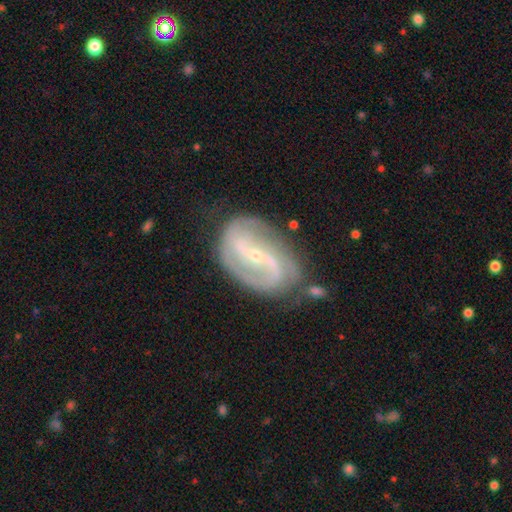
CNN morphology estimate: smooth-or-featured: featured or disk: 88% | smooth: 7% | star or artifact: 5%
  disk-edge-on: no: 97% | yes: 3%
    bar: strong: 46% | weak: 33% | no: 21%
    has-spiral-arms: yes: 95% | no: 5%
      spiral-winding: medium: 48% | tight: 30% | loose: 22%
      spiral-arm-count: 2: 83% | can't tell: 7% | 3: 5% | 1: 2% | 4: 2% | more than 4: 2%
    bulge-size: small: 78% | moderate: 19% | none: 1% | large: 1% | dominant: 1%
  merging: none: 66% | minor disturbance: 22% | major disturbance: 8% | merger: 4%